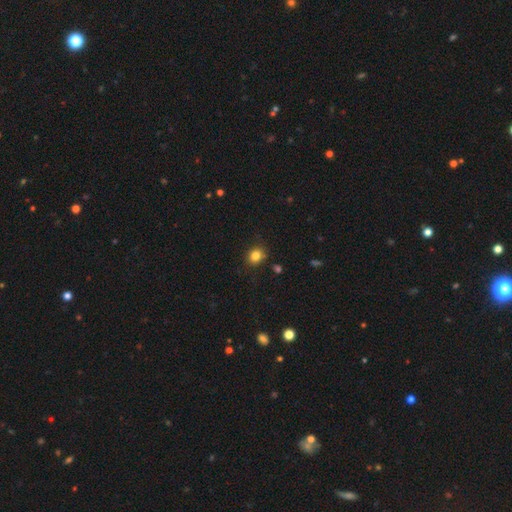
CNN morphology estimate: Q: Smooth or featured?
A: smooth (83%); runner-up: star or artifact (12%)
Q: How rounded?
A: round (70%); runner-up: in between (29%)
Q: Merging?
A: none (83%); runner-up: minor disturbance (11%)